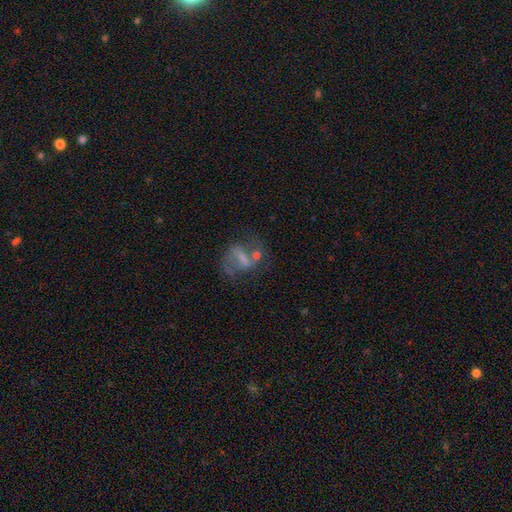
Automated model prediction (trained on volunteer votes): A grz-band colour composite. It shows a featured or disk galaxy (63%) with a weak bar (41%), spiral arms (73%) and a small central bulge (36%). Merging: none (45%).